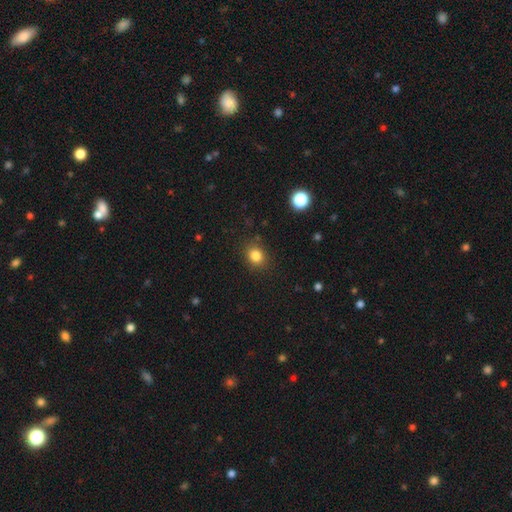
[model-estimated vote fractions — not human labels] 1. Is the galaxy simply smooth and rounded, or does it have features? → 83% smooth, 12% star or artifact, 5% featured or disk.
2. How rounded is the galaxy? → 65% round, 34% in between, 1% cigar-shaped.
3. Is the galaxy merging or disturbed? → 86% none, 10% minor disturbance, 3% major disturbance, 1% merger.